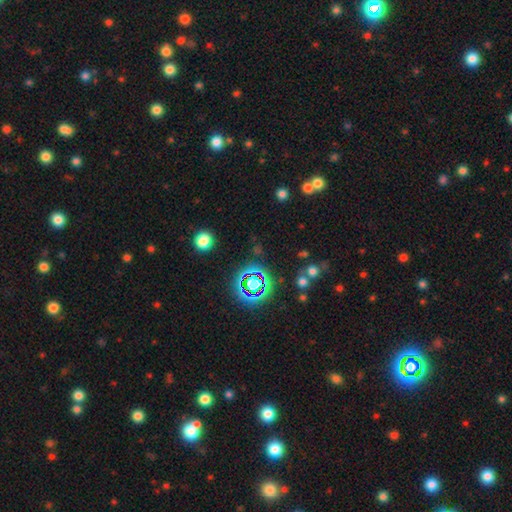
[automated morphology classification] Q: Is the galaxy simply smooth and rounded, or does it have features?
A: star or artifact — 71%.